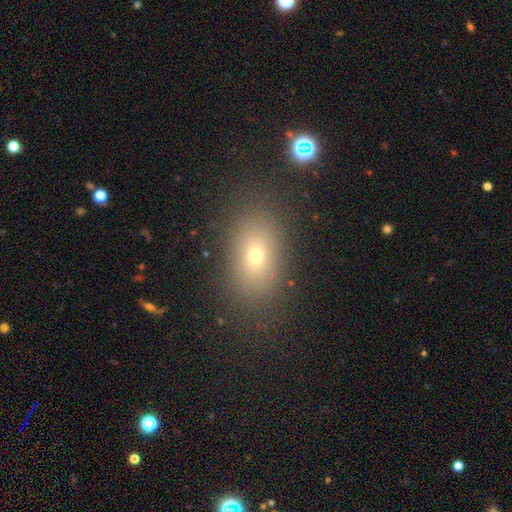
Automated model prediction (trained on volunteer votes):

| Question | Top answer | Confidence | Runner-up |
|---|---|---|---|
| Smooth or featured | smooth | 67% | star or artifact (17%) |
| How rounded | in between | 80% | round (17%) |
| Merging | none | 84% | minor disturbance (9%) |